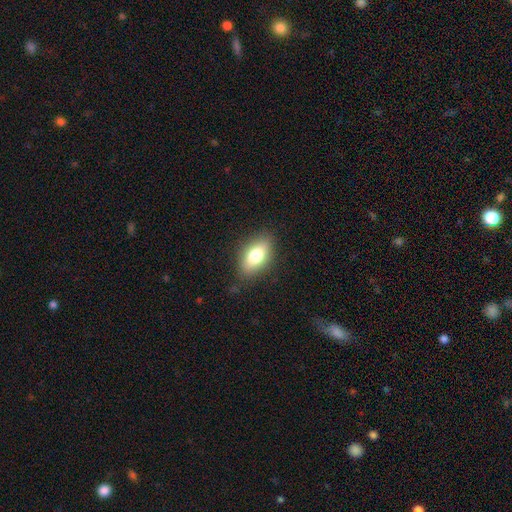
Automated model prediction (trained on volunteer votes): Morphology: type=smooth (75%); roundness=in between (87%); merging=none (83%).